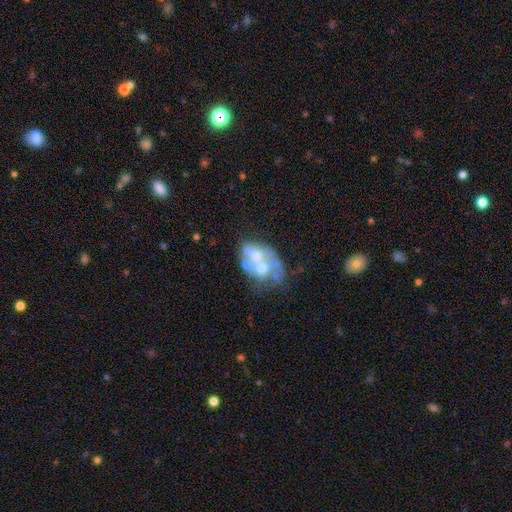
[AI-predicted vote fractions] featured or disk 64%, smooth 26%, star or artifact 10%. Down the decision tree: edge-on disk — no (97%); bar — no (89%); spiral arms — no (88%); bulge size — moderate (63%); merging — merger (43%).